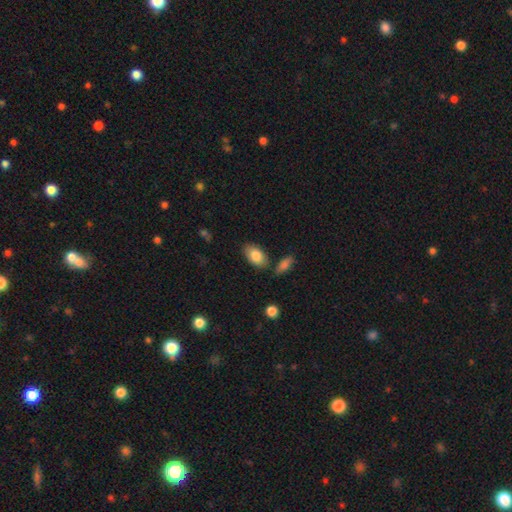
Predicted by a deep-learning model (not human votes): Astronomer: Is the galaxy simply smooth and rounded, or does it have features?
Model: smooth — 84%.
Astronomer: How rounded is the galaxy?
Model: in between — 93%.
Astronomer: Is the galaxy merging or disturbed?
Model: none — 79%.